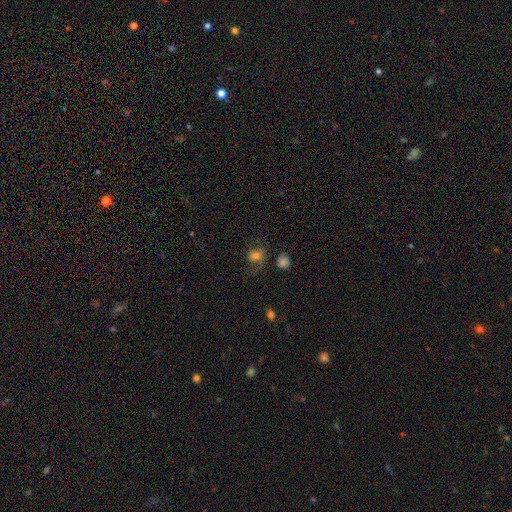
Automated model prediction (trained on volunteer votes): This is likely a smooth galaxy (60%). How rounded: likely round (61%). Merging: possibly none (54%).